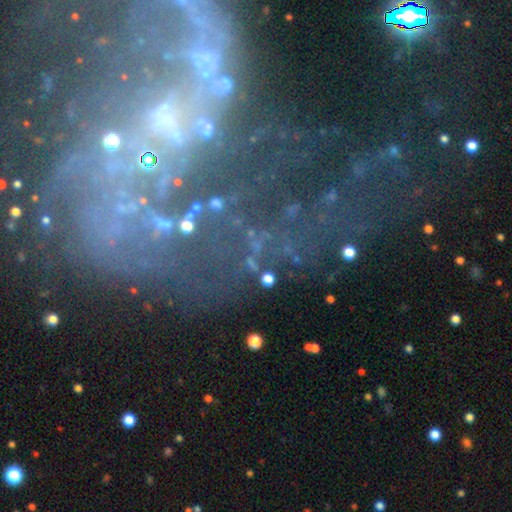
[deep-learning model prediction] Q: Smooth or featured?
A: featured or disk (55%); runner-up: star or artifact (32%)
Q: Edge-on disk?
A: no (94%); runner-up: yes (6%)
Q: Bar?
A: no (71%); runner-up: weak (18%)
Q: Spiral arms?
A: no (59%); runner-up: yes (41%)
Q: Bulge size?
A: none (52%); runner-up: small (32%)
Q: Merging?
A: none (46%); runner-up: major disturbance (30%)